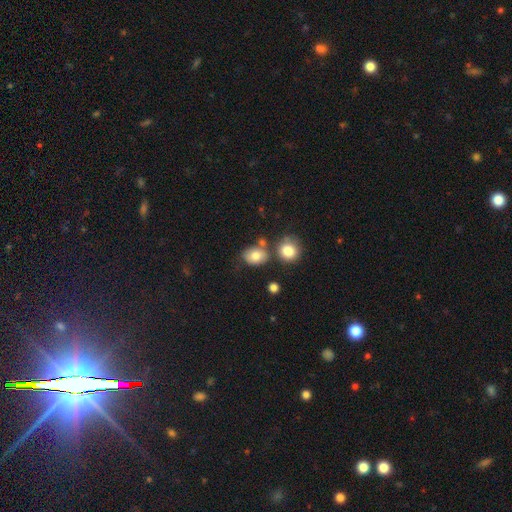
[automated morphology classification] This is likely a smooth galaxy (80%). How rounded: possibly in between (60%). Merging: likely none (61%).